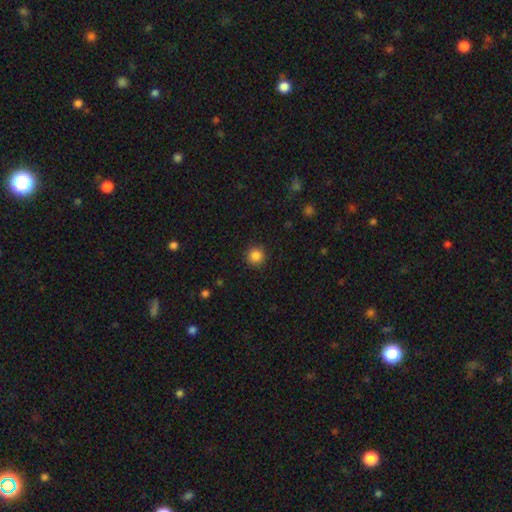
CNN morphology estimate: The model was most divided on "smooth or featured": smooth: 86%, star or artifact: 11%, featured or disk: 3%. More confident: how rounded — round (95%); merging — none (91%).